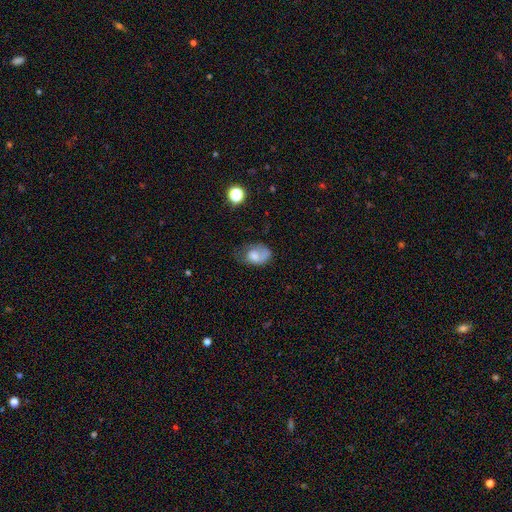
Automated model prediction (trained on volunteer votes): Smooth or featured: smooth — 63% (featured or disk — 28%)
How rounded: in between — 75% (round — 23%)
Merging: none — 35% (major disturbance — 31%)